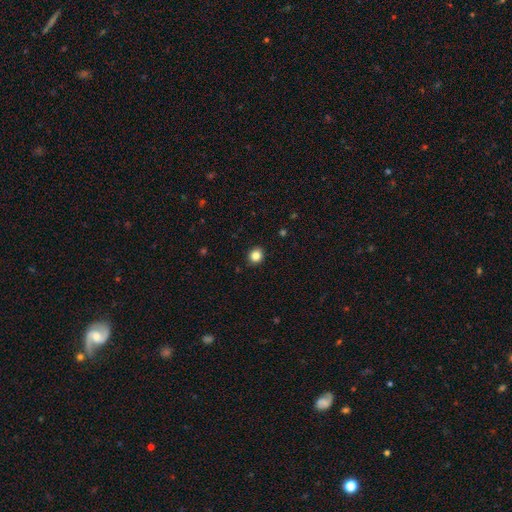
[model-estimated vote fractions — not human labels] smooth_or_featured: smooth (p=0.85) [alt: star or artifact p=0.11]
how_rounded: round (p=0.81) [alt: in between p=0.18]
merging: none (p=0.91) [alt: minor disturbance p=0.06]